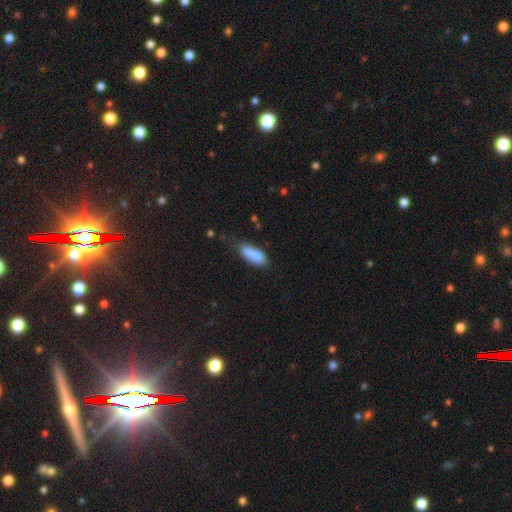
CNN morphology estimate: Q: Smooth or featured?
A: smooth (80%); runner-up: featured or disk (12%)
Q: How rounded?
A: in between (74%); runner-up: cigar-shaped (23%)
Q: Merging?
A: none (48%); runner-up: minor disturbance (28%)